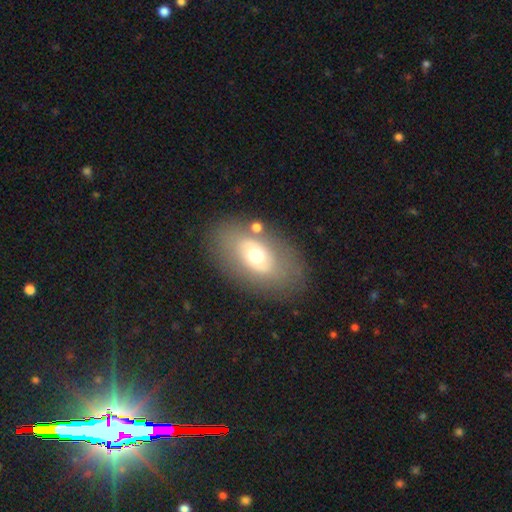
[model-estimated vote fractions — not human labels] Smooth or featured: featured or disk — 47% (smooth — 44%)
Merging: none — 76% (minor disturbance — 13%)